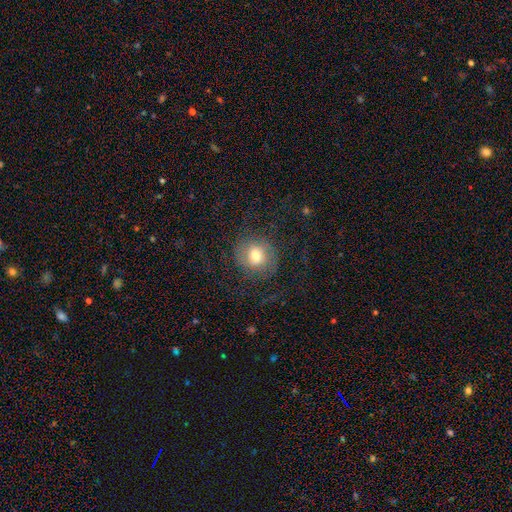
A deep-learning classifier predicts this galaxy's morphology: Smooth or featured? Predicted: smooth (p=0.51). How rounded? Predicted: round (p=0.81). Merging? Predicted: none (p=0.69).